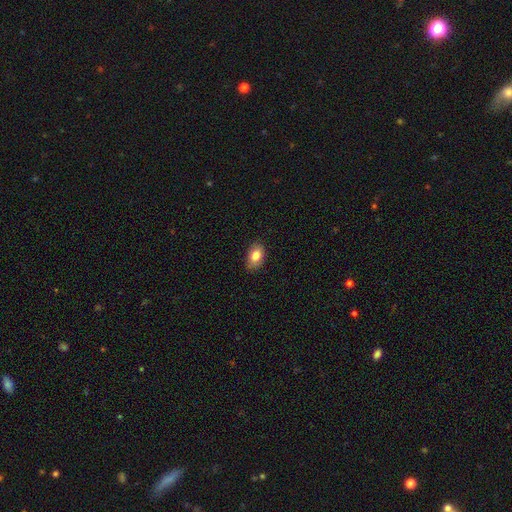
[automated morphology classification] Overall: smooth (82%). How rounded: in between (85%). Merging: none (84%).